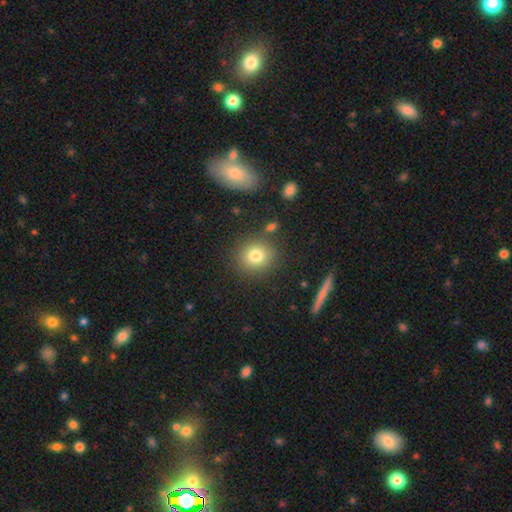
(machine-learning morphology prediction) This is likely a smooth galaxy (80%). How rounded: clearly round (83%). Merging: clearly none (84%).